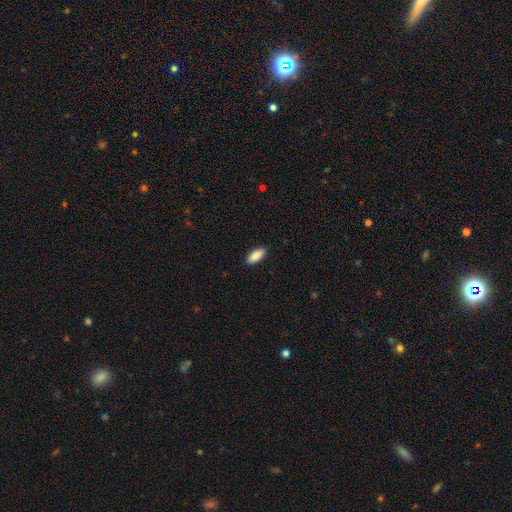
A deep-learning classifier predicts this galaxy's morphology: This appears to be a smooth galaxy with no disk features (89%) that is in between round and cigar-shaped (86%). Merging: none (90%).